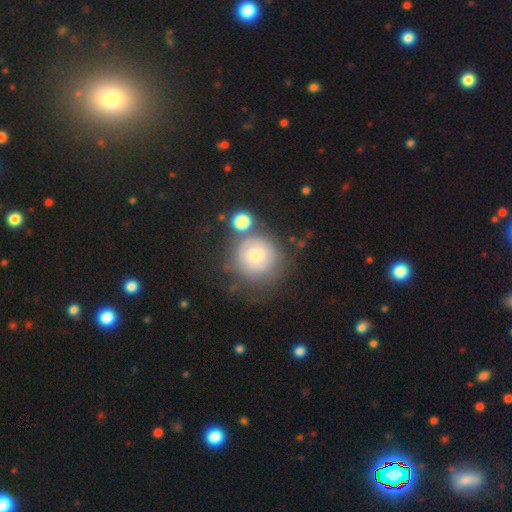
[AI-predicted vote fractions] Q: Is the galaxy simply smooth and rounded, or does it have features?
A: smooth — 51%.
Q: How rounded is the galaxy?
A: round — 93%.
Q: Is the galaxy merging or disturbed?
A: none — 59%.